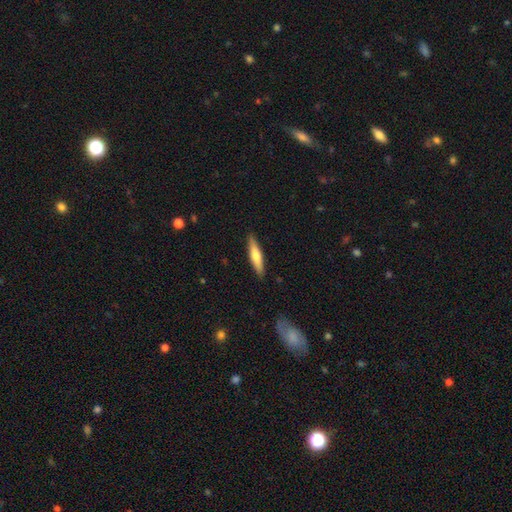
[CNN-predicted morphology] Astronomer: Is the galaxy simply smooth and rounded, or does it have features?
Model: smooth — 59% (runner-up: featured or disk, 35%).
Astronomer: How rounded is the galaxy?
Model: cigar-shaped — 81%.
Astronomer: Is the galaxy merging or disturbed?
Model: none — 89%.